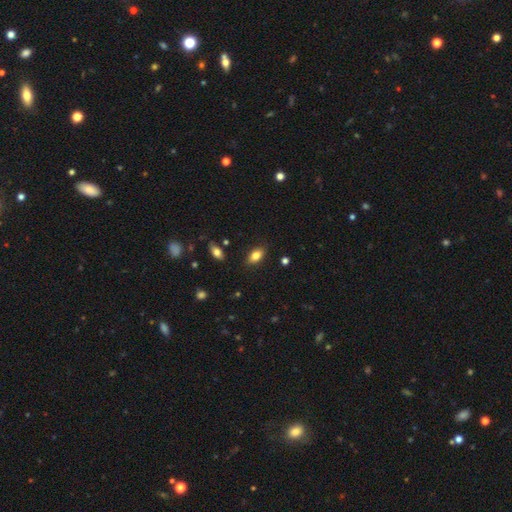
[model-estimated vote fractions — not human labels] Overall: smooth (82%). How rounded: in between (89%). Merging: none (86%).